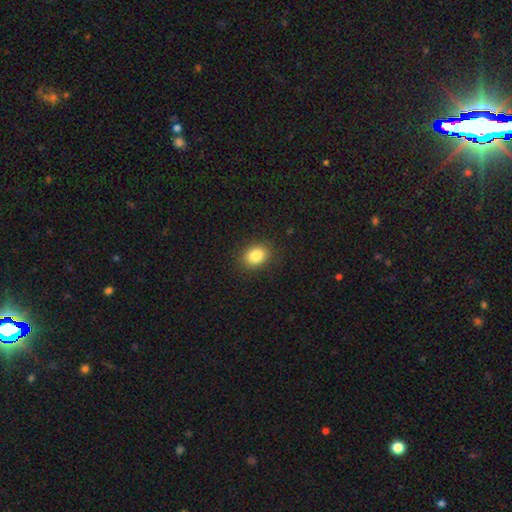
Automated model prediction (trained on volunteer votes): Overall: smooth (85%). How rounded: in between (58%; round 41%). Merging: none (87%).